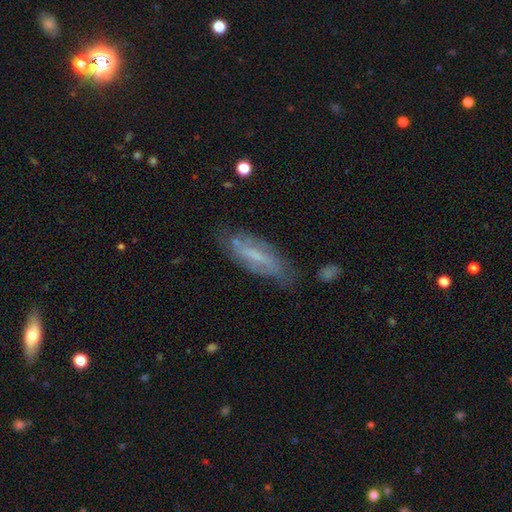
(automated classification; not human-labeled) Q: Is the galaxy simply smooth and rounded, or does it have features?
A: featured or disk — 54%.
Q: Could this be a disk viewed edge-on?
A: no — 73%.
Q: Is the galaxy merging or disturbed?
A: none — 66%.